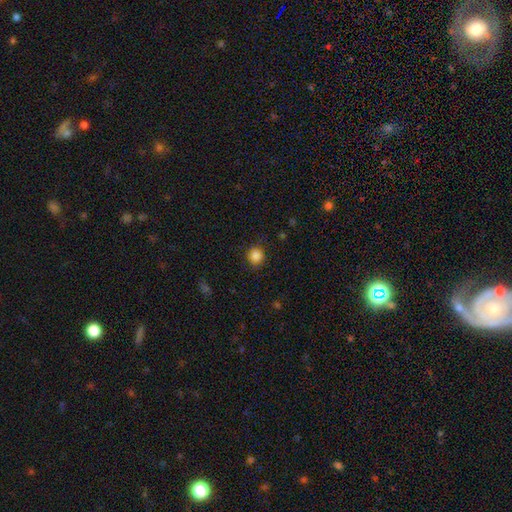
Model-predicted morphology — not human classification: smooth 86%, star or artifact 11%, featured or disk 4%. Down the decision tree: how rounded — round (90%); merging — none (84%).